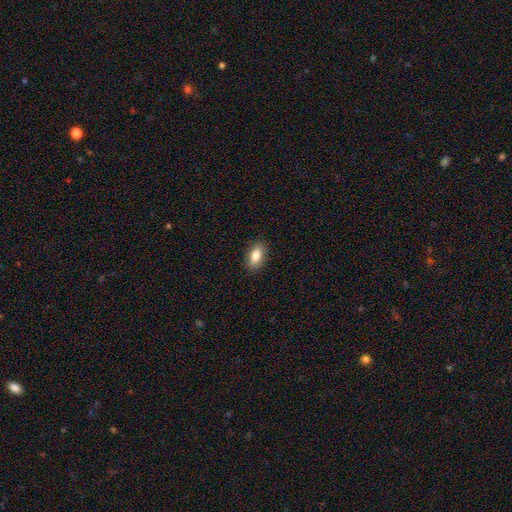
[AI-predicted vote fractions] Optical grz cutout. It shows a smooth galaxy with no disk features (83%) that is in between round and cigar-shaped (88%). Merging: none (88%).